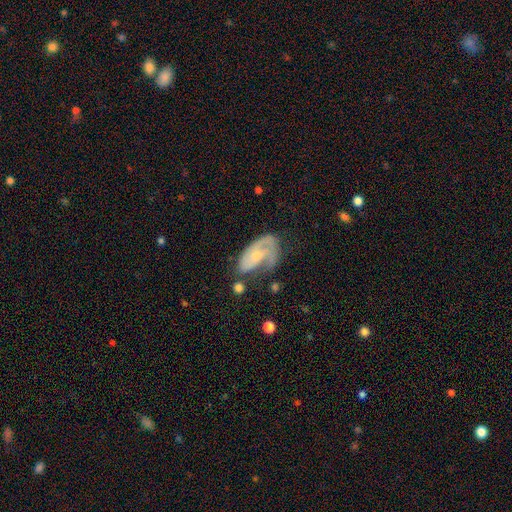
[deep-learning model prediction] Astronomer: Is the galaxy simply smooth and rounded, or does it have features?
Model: featured or disk — 72%.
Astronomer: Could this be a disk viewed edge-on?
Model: no — 96%.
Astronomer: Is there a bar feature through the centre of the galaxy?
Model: no — 60%.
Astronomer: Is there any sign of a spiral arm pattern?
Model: yes — 88%.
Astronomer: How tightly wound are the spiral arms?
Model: medium — 41% (runner-up: tight, 37%).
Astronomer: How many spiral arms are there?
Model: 2 — 49% (runner-up: 1, 25%).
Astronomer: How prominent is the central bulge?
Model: small — 60%.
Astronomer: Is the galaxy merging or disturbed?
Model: none — 42% (runner-up: minor disturbance, 26%).